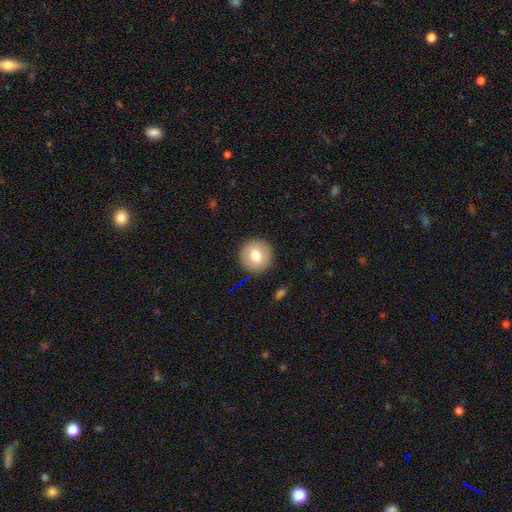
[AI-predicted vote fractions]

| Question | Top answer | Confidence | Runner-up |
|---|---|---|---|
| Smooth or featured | smooth | 72% | featured or disk (20%) |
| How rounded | round | 93% | in between (6%) |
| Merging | none | 90% | minor disturbance (6%) |